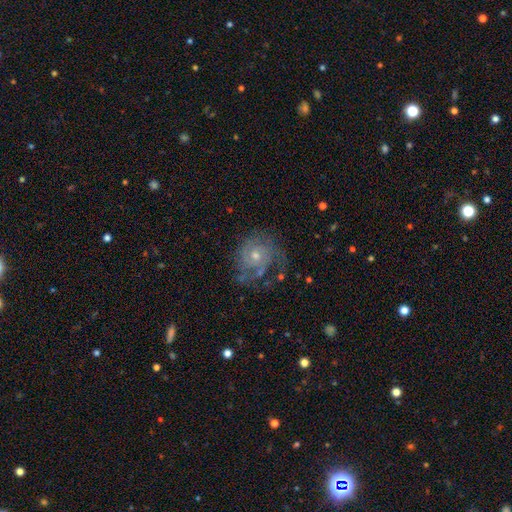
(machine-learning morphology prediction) type=featured or disk (74%); edge-on=no (98%); bar=no (78%); spiral arms=yes (89%); winding=tight (54%); arm count=can't tell (36%); bulge=small (48%); merging=none (60%).